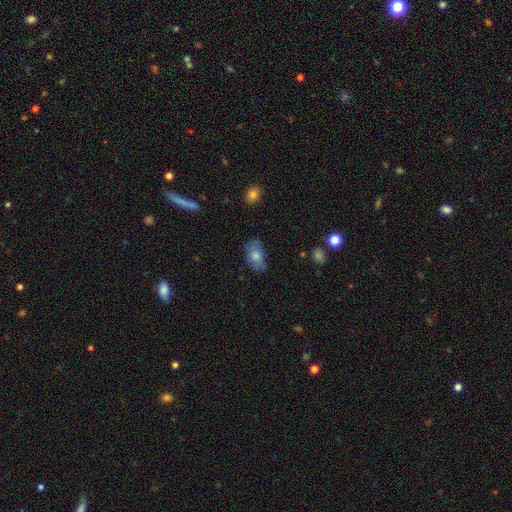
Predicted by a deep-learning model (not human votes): Smooth or featured: smooth — 73% (featured or disk — 19%)
How rounded: in between — 90% (round — 8%)
Merging: none — 66% (minor disturbance — 25%)